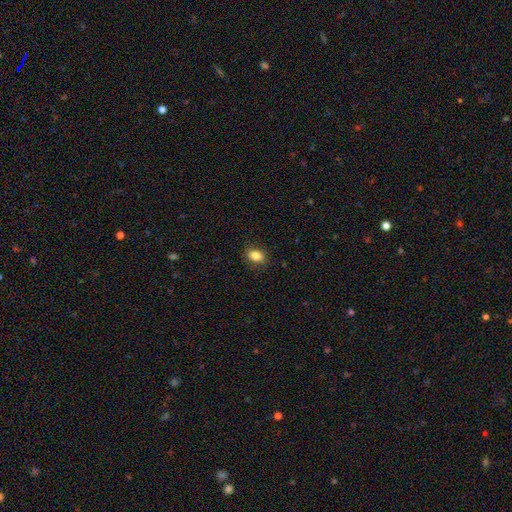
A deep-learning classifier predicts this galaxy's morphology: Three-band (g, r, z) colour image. It shows a smooth galaxy with no disk features (85%) that is in between round and cigar-shaped (75%). Merging: none (87%).